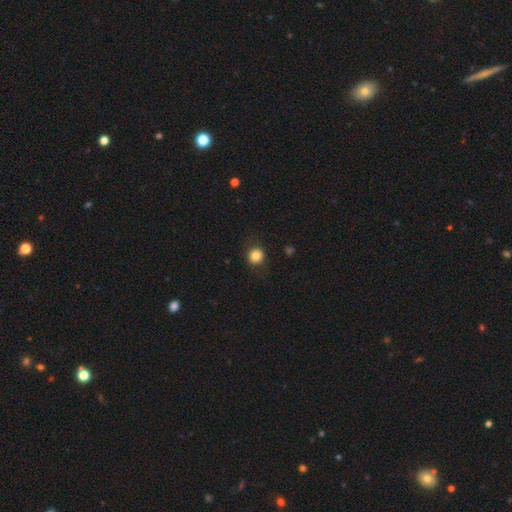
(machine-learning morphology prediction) Q: Smooth or featured?
A: smooth (84%); runner-up: star or artifact (11%)
Q: How rounded?
A: round (90%); runner-up: in between (9%)
Q: Merging?
A: none (87%); runner-up: minor disturbance (9%)